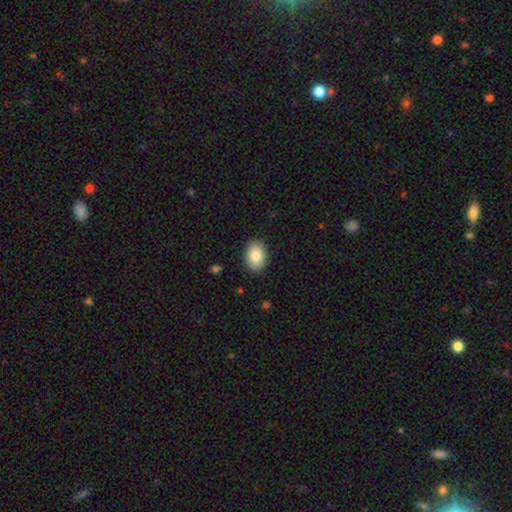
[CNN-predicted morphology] Smooth or featured?
  - smooth: 85% *
  - featured or disk: 8%
  - star or artifact: 7%
How rounded?
  - in between: 79% *
  - round: 20%
  - cigar-shaped: 1%
Merging?
  - none: 89% *
  - minor disturbance: 8%
  - major disturbance: 2%
  - merger: 1%